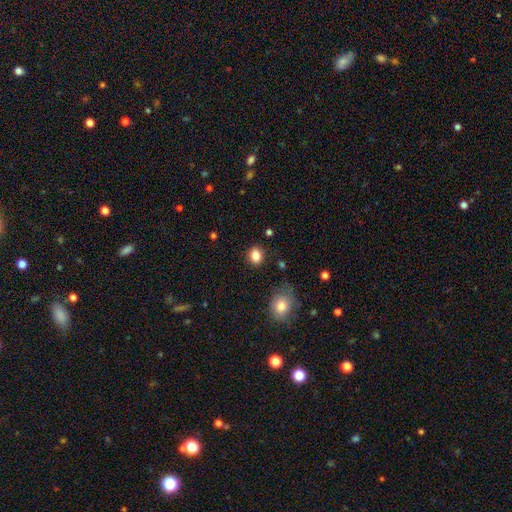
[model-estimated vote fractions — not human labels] smooth_or_featured: smooth (p=0.86) [alt: star or artifact p=0.10]
how_rounded: round (p=0.58) [alt: in between p=0.41]
merging: none (p=0.85) [alt: minor disturbance p=0.10]